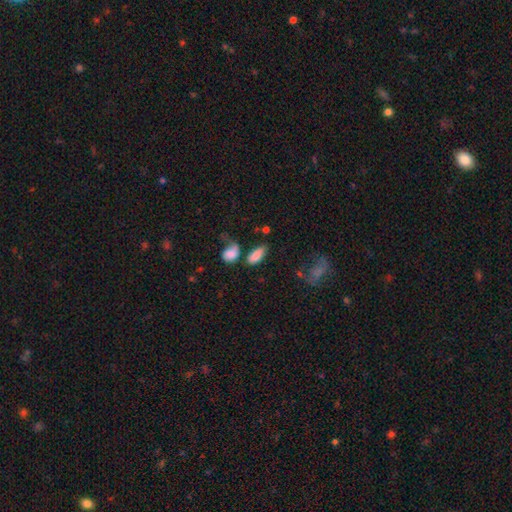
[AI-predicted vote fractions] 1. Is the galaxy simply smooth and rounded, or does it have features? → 81% smooth, 10% featured or disk, 8% star or artifact.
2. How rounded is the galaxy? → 84% in between, 10% cigar-shaped, 5% round.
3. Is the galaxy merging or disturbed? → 48% none, 19% merger, 19% minor disturbance, 13% major disturbance.